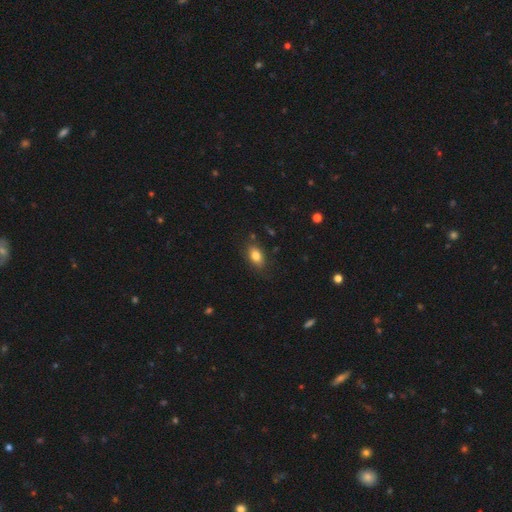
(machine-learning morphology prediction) Smooth or featured?
  - smooth: 82% *
  - featured or disk: 9%
  - star or artifact: 9%
How rounded?
  - in between: 87% *
  - round: 10%
  - cigar-shaped: 3%
Merging?
  - none: 82% *
  - minor disturbance: 13%
  - major disturbance: 3%
  - merger: 2%